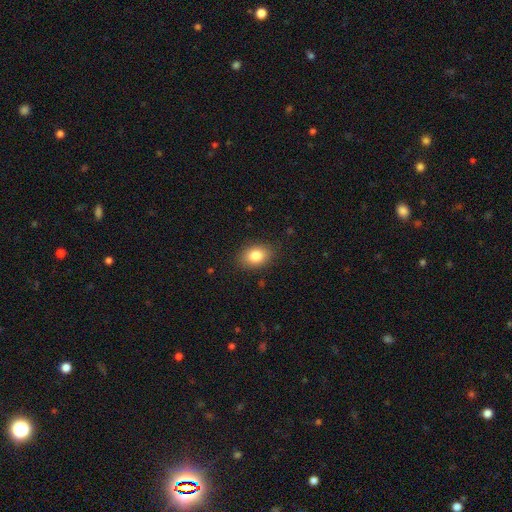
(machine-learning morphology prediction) smooth_or_featured: smooth (p=0.83) [alt: star or artifact p=0.09]
how_rounded: in between (p=0.76) [alt: round p=0.23]
merging: none (p=0.86) [alt: minor disturbance p=0.10]